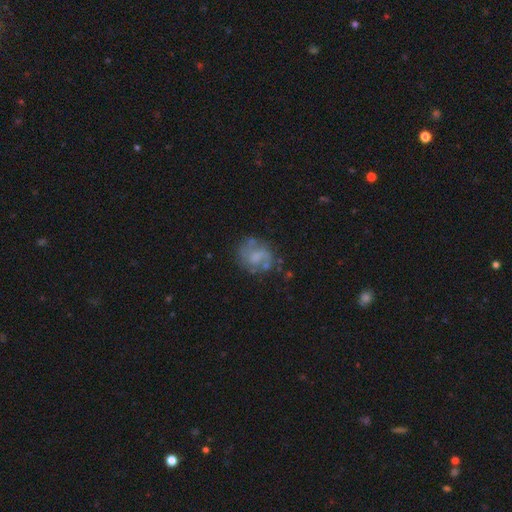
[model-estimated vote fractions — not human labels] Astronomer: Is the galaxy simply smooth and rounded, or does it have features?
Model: featured or disk — 55% (runner-up: smooth, 36%).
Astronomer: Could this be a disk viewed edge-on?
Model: no — 98%.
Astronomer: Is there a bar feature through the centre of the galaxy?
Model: no — 58% (runner-up: weak, 35%).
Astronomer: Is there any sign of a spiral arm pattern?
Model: yes — 62% (runner-up: no, 38%).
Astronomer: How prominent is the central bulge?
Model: none — 35% (runner-up: moderate, 31%).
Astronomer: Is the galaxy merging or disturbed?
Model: none — 60%.